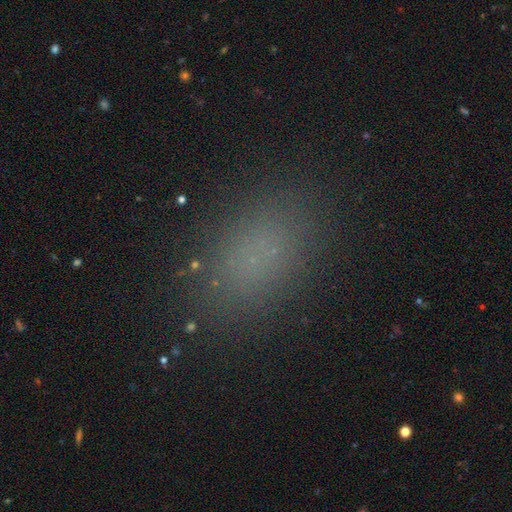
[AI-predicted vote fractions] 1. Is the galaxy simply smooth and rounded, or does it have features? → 78% smooth, 16% star or artifact, 5% featured or disk.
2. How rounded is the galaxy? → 85% in between, 13% round, 3% cigar-shaped.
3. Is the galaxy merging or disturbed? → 87% none, 9% minor disturbance, 3% major disturbance, 1% merger.